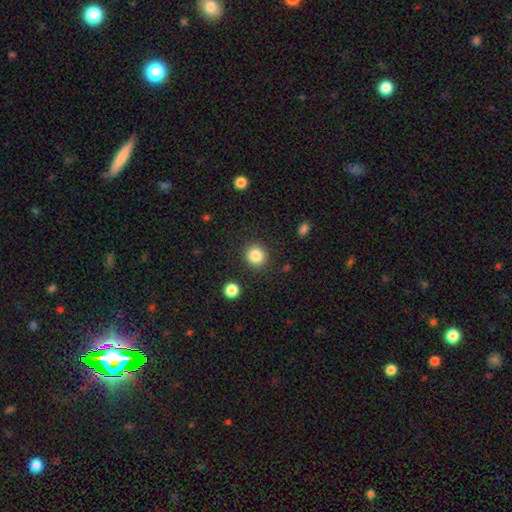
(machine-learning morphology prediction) Smooth or featured: smooth — 85% (star or artifact — 10%)
How rounded: round — 90% (in between — 10%)
Merging: none — 89% (minor disturbance — 7%)